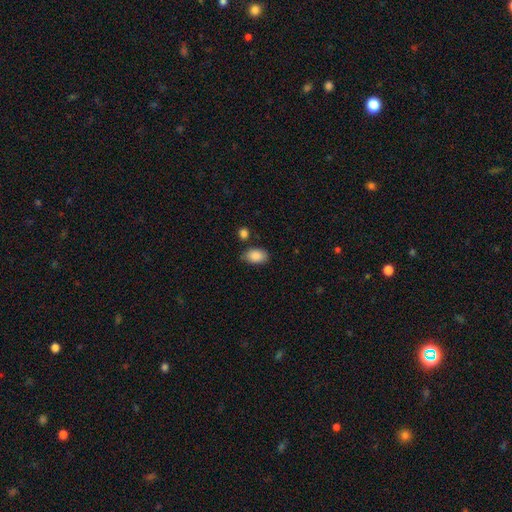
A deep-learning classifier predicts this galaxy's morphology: The model was most divided on "merging": none: 73%, minor disturbance: 18%, merger: 5%, major disturbance: 4%. More confident: how rounded — in between (88%); smooth or featured — smooth (88%).